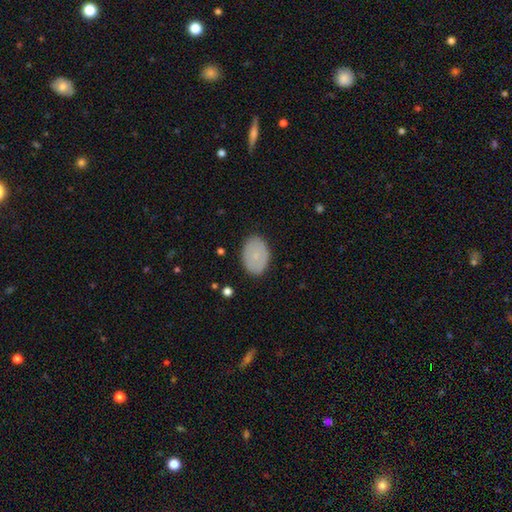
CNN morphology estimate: The model was most divided on "smooth or featured": smooth: 72%, featured or disk: 21%, star or artifact: 7%. More confident: merging — none (85%); how rounded — in between (82%).